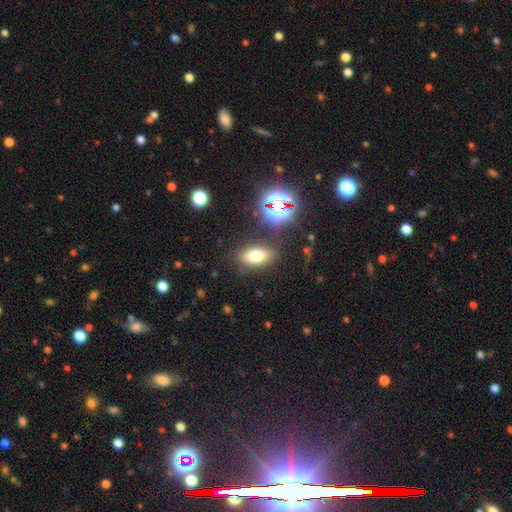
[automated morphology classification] Smooth or featured: smooth — 68% (star or artifact — 17%)
How rounded: in between — 81% (cigar-shaped — 10%)
Merging: none — 82% (minor disturbance — 11%)